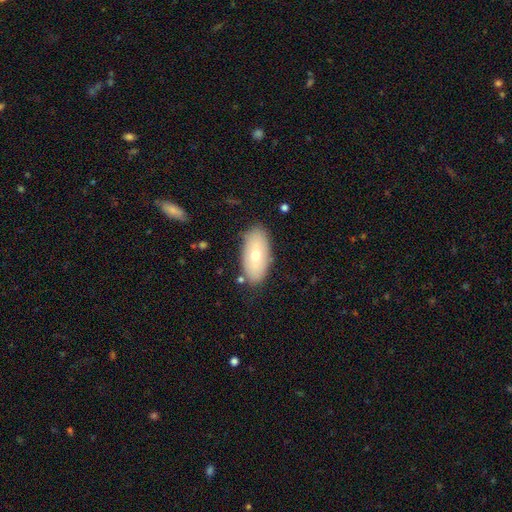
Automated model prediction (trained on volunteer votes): smooth-or-featured: smooth: 65% | featured or disk: 28% | star or artifact: 7%
  how-rounded: in between: 92% | cigar-shaped: 4% | round: 3%
  merging: none: 83% | minor disturbance: 12% | major disturbance: 3% | merger: 2%